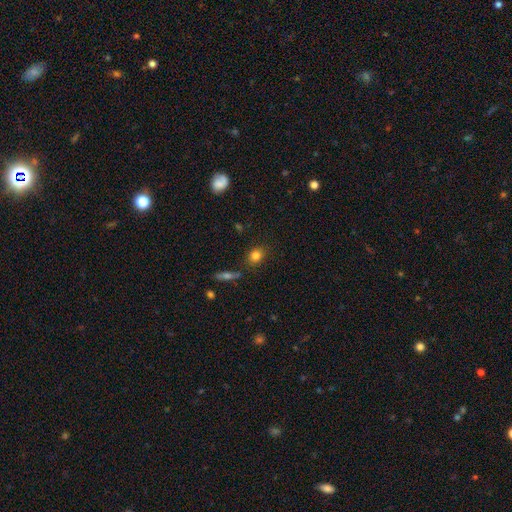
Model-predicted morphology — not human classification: type=smooth (81%); roundness=round (60%); merging=none (82%).